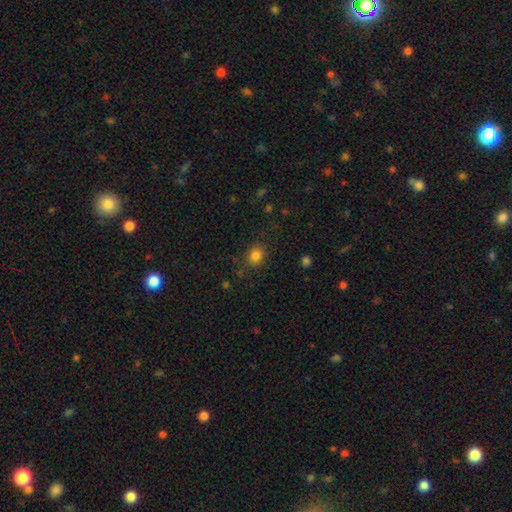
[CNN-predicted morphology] Q: Smooth or featured?
A: smooth (82%); runner-up: star or artifact (12%)
Q: How rounded?
A: round (72%); runner-up: in between (27%)
Q: Merging?
A: none (83%); runner-up: minor disturbance (11%)